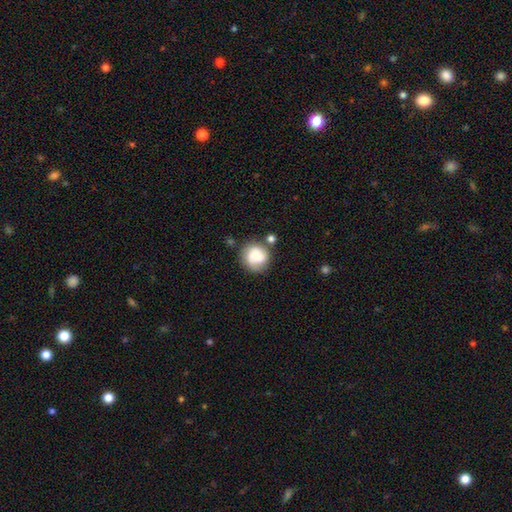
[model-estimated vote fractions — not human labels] This is likely a smooth galaxy (75%). How rounded: clearly round (85%). Merging: possibly none (60%).